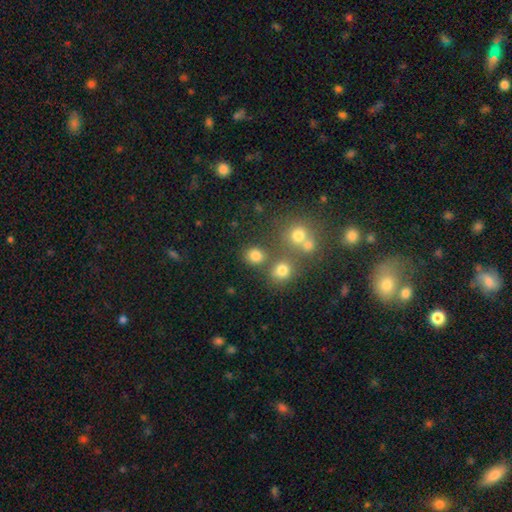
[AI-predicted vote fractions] smooth 78%, star or artifact 15%, featured or disk 7%. Down the decision tree: how rounded — round (79%); merging — none (72%).